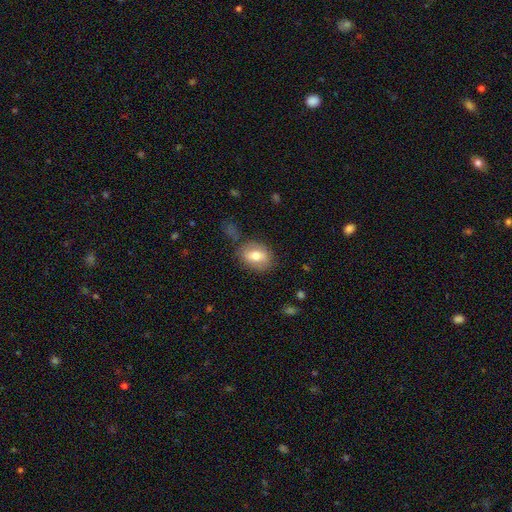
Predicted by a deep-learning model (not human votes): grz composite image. It shows a smooth galaxy with no disk features (70%) that is in between round and cigar-shaped (67%). Merging: none (75%).